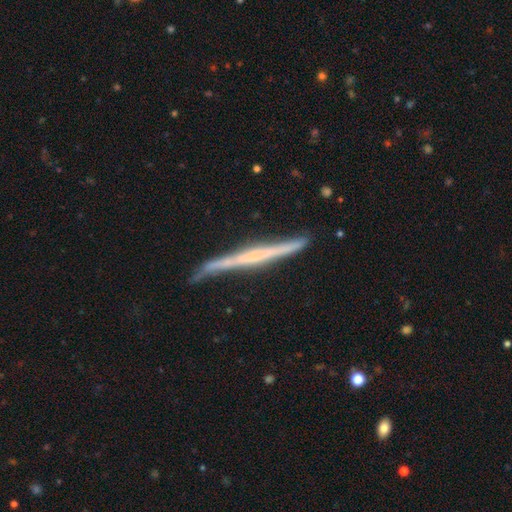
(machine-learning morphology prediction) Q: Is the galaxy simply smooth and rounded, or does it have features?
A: featured or disk — 74%.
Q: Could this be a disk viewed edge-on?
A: yes — 97%.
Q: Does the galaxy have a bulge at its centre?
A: none — 57%.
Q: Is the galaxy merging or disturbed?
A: none — 77%.